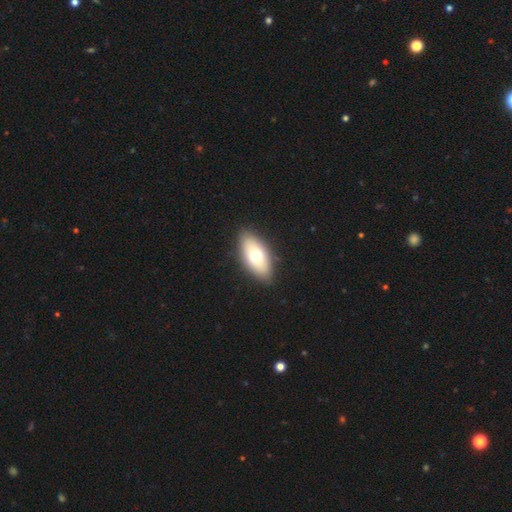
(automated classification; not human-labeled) Smooth or featured: smooth — 70% (featured or disk — 24%)
How rounded: in between — 90% (cigar-shaped — 7%)
Merging: none — 86% (minor disturbance — 10%)